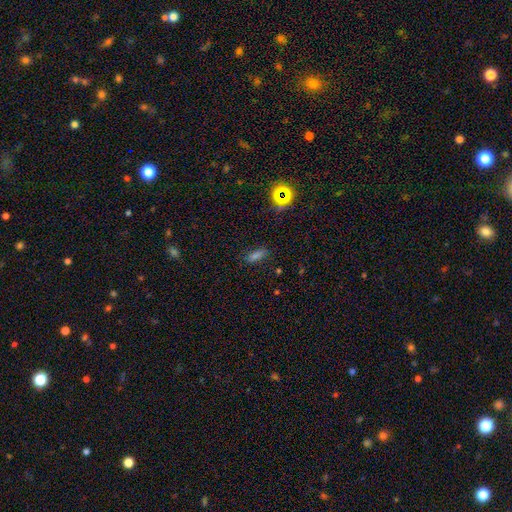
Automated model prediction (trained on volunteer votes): A smooth galaxy with no disk features (65%) that is cigar-shaped (48%). Merging: none (81%).